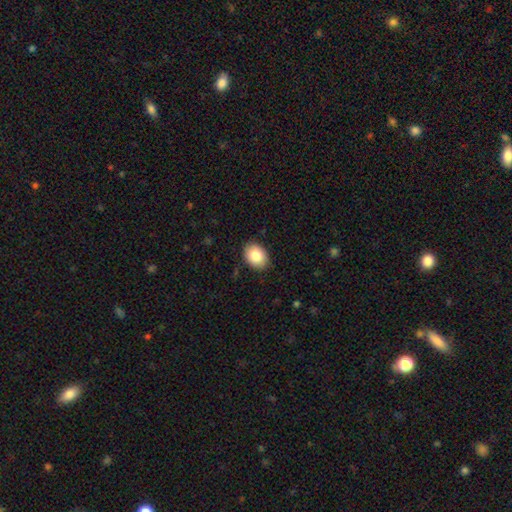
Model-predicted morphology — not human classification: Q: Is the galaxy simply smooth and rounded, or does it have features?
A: smooth — 85%.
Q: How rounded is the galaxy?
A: in between — 71%.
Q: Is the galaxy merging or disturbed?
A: none — 88%.